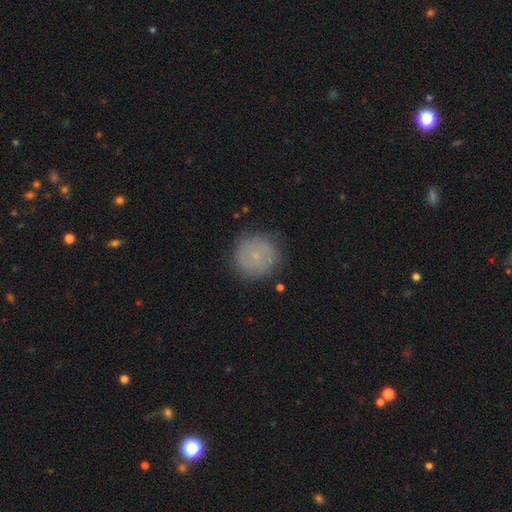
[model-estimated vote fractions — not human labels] Overall: smooth (63%; featured or disk 27%). How rounded: round (93%). Merging: none (84%).